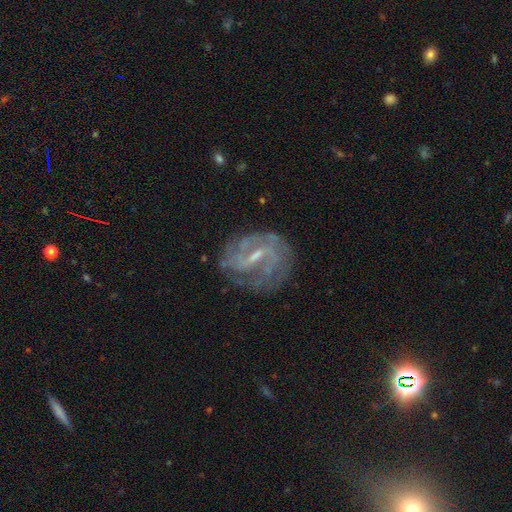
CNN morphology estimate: featured or disk 84%, smooth 8%, star or artifact 8%. Down the decision tree: edge-on disk — no (97%); bar — weak (51%); spiral arms — yes (93%); spiral arm count — 2 (50%); spiral winding — medium (44%); bulge size — small (58%); merging — none (70%).